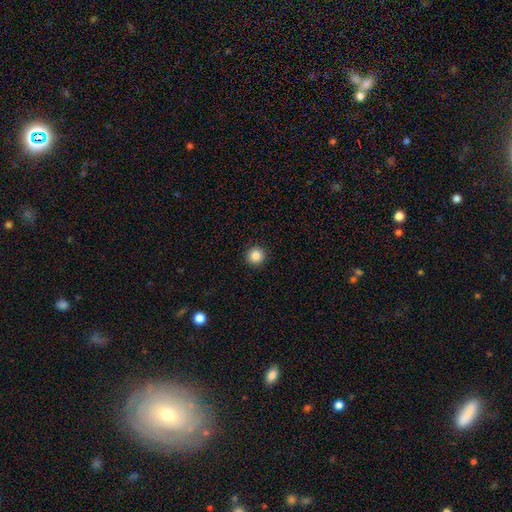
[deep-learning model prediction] The model was most divided on "smooth or featured": smooth: 85%, star or artifact: 10%, featured or disk: 4%. More confident: how rounded — round (96%); merging — none (93%).